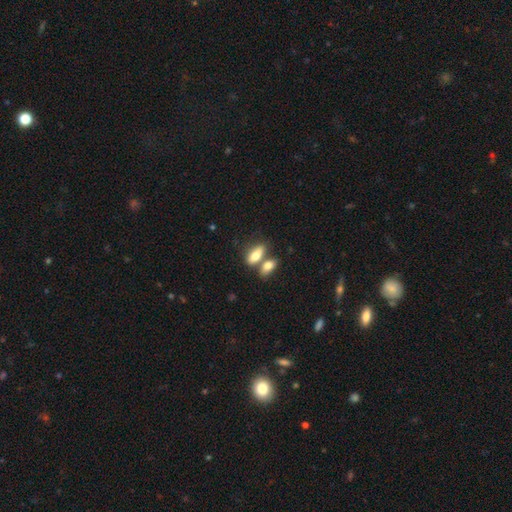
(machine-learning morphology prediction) The model was most divided on "merging": merger: 46%, none: 40%, minor disturbance: 10%, major disturbance: 4%. More confident: how rounded — in between (85%); smooth or featured — smooth (79%).